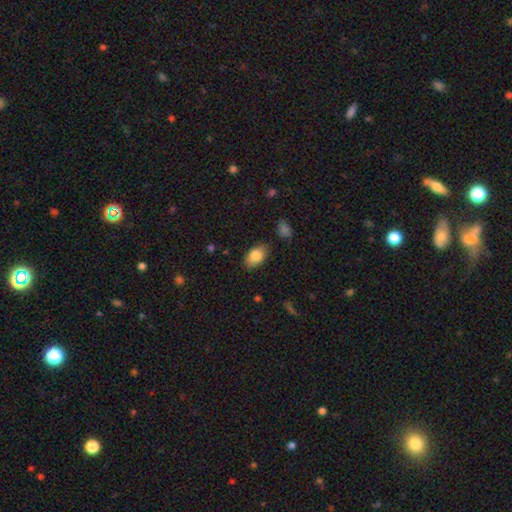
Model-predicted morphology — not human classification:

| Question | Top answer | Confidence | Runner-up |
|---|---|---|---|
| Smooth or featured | smooth | 85% | featured or disk (8%) |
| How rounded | in between | 90% | round (8%) |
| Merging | none | 82% | minor disturbance (13%) |